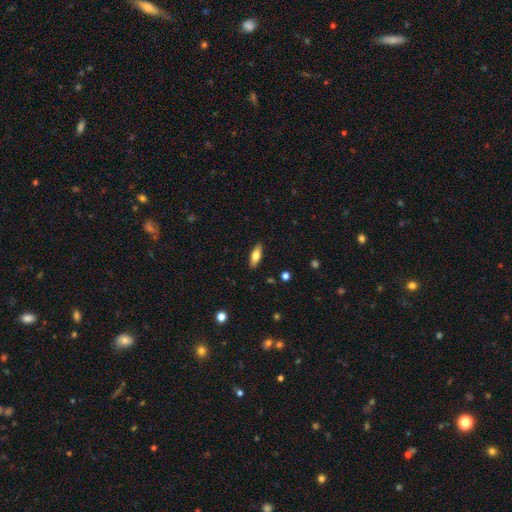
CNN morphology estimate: This appears to be a smooth galaxy with no disk features (66%) that is in between round and cigar-shaped (62%). Merging: none (89%).